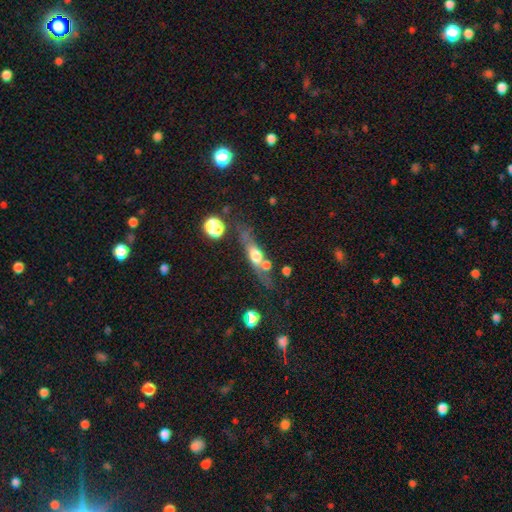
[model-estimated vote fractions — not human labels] The model was most divided on "smooth or featured": featured or disk: 48%, smooth: 42%, star or artifact: 10%. Remaining: merging — none (50%).